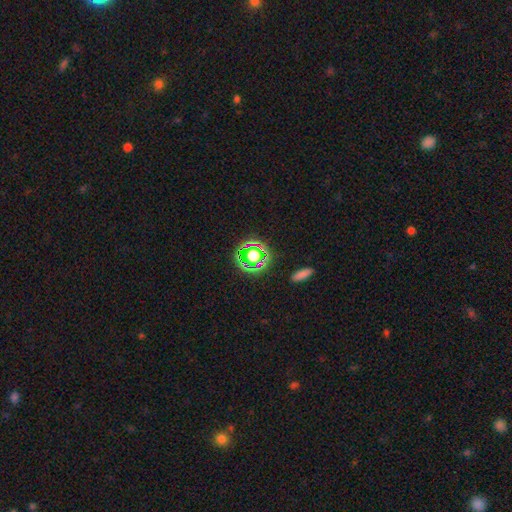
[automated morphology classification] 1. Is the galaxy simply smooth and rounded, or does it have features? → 49% star or artifact, 39% smooth, 12% featured or disk.